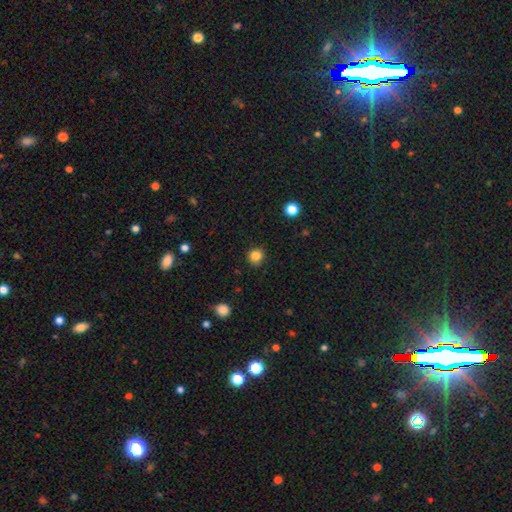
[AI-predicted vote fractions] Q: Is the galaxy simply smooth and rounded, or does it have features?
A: smooth — 84%.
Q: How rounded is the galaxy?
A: round — 89%.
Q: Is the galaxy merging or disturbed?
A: none — 88%.